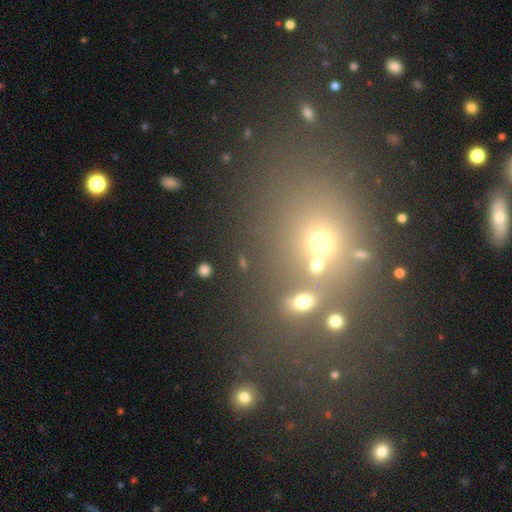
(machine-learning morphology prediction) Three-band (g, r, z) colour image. It shows a smooth galaxy with no disk features (44%). Merging: none (58%).